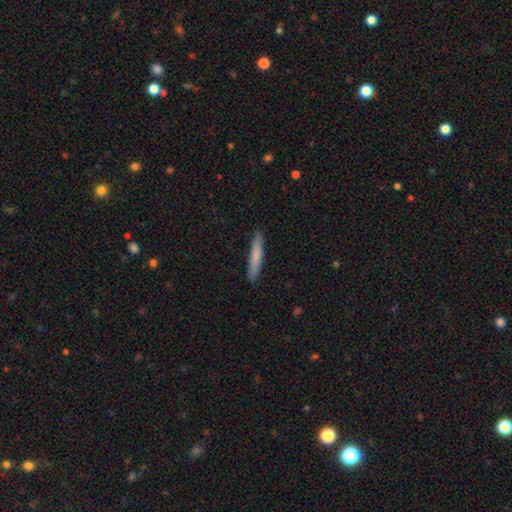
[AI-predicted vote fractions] Morphology: type=smooth (76%); roundness=cigar-shaped (93%); merging=none (90%).